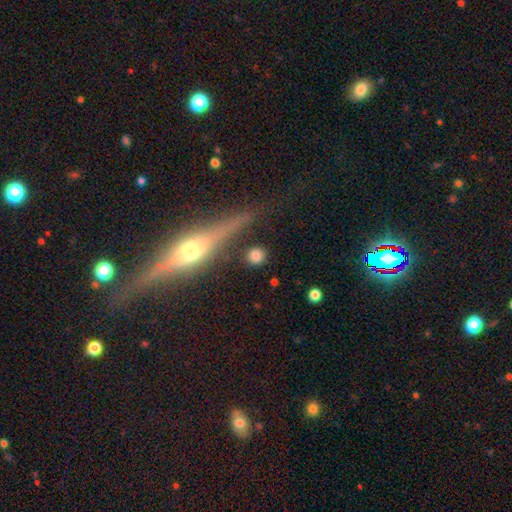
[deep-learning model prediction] Q: Smooth or featured?
A: smooth (81%); runner-up: star or artifact (11%)
Q: How rounded?
A: round (90%); runner-up: in between (7%)
Q: Merging?
A: none (85%); runner-up: minor disturbance (8%)